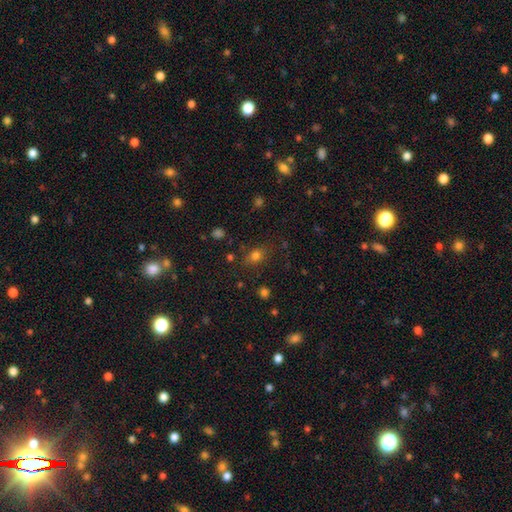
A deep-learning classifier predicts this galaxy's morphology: type=smooth (76%); roundness=in between (58%); merging=none (77%).